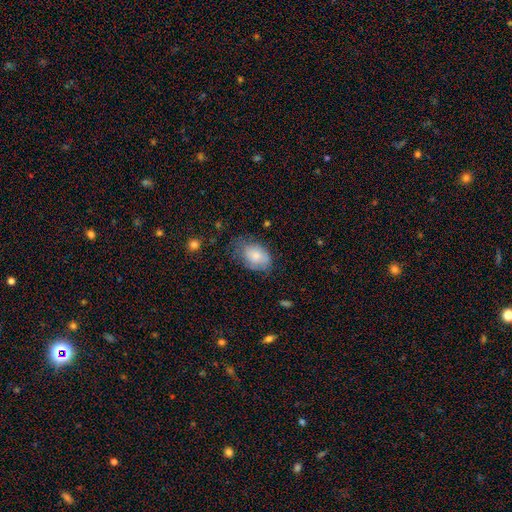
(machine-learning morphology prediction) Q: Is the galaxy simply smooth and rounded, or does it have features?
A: smooth — 77%.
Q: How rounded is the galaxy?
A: in between — 85%.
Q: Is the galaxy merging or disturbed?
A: none — 51%.